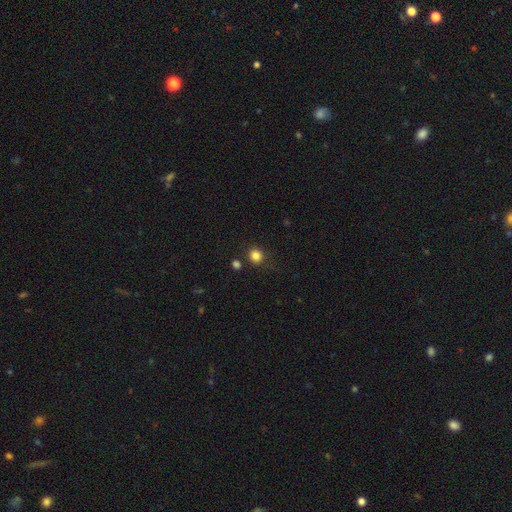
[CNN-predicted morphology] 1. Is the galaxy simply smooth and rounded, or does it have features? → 83% smooth, 12% star or artifact, 5% featured or disk.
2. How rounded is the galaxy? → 85% round, 14% in between, 1% cigar-shaped.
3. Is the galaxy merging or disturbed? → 81% none, 10% minor disturbance, 5% merger, 3% major disturbance.